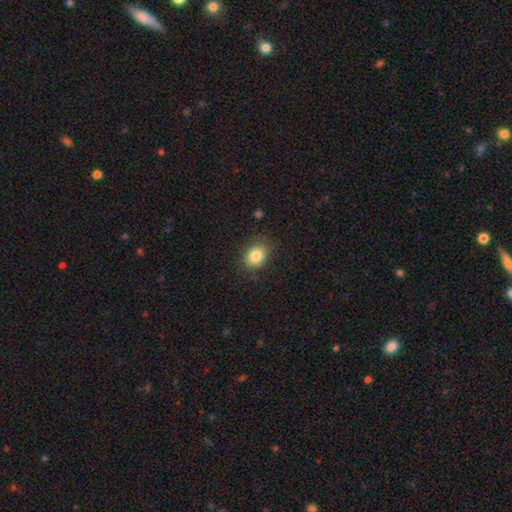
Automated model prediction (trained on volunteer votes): smooth 83%, star or artifact 10%, featured or disk 8%. Down the decision tree: how rounded — in between (60%); merging — none (79%).